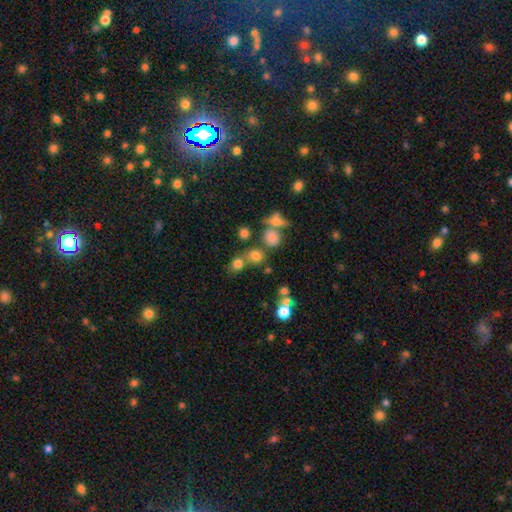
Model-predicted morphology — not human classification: The model was most divided on "merging": none: 59%, merger: 27%, minor disturbance: 9%, major disturbance: 5%. More confident: how rounded — round (82%); smooth or featured — smooth (73%).